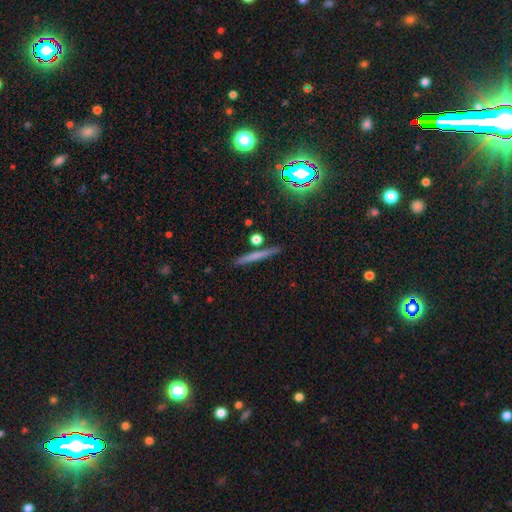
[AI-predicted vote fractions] Smooth or featured: smooth — 54% (featured or disk — 34%)
How rounded: cigar-shaped — 93% (in between — 4%)
Merging: none — 85% (minor disturbance — 8%)